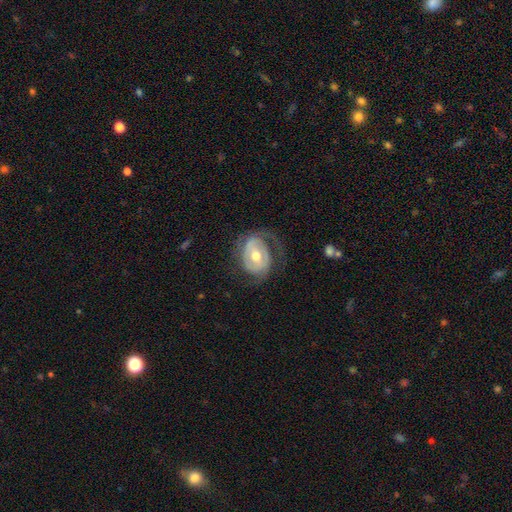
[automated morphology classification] Smooth or featured?
  - featured or disk: 78% *
  - smooth: 17%
  - star or artifact: 5%
Edge-on disk?
  - no: 96% *
  - yes: 4%
Bar?
  - weak: 44% *
  - no: 32%
  - strong: 24%
Spiral arms?
  - yes: 84% *
  - no: 16%
Spiral winding?
  - tight: 40% *
  - medium: 38%
  - loose: 22%
Spiral arm count?
  - 2: 59% *
  - 1: 18%
  - can't tell: 15%
  - 3: 4%
  - 4: 2%
  - more than 4: 2%
Bulge size?
  - moderate: 73% *
  - small: 18%
  - large: 7%
  - none: 1%
  - dominant: 1%
Merging?
  - none: 57% *
  - major disturbance: 22%
  - minor disturbance: 20%
  - merger: 1%